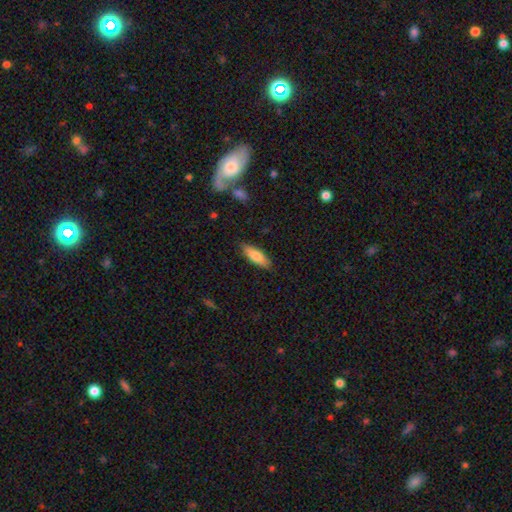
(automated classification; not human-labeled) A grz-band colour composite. It shows a smooth galaxy with no disk features (76%) that is in between round and cigar-shaped (58%). Merging: none (85%).